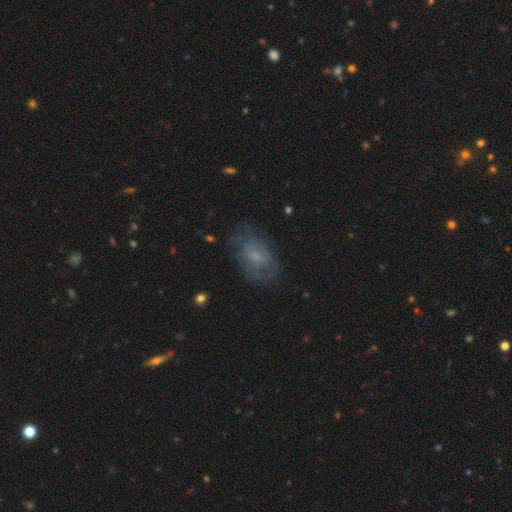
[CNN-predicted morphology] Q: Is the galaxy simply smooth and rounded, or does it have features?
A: smooth — 51%.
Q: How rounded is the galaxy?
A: in between — 83%.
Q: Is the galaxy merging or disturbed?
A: none — 64%.